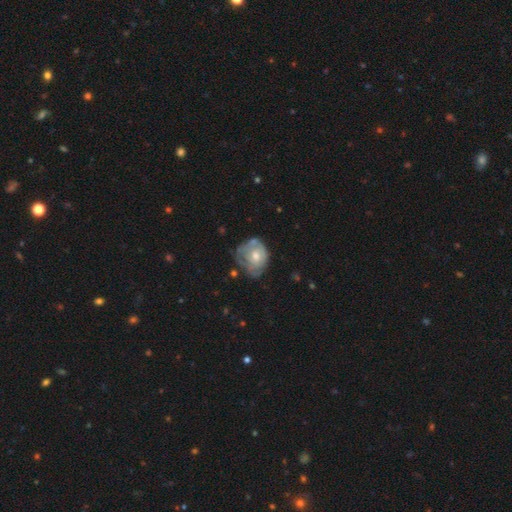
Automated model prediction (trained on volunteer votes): This appears to be a featured or disk galaxy (55%) with no bar (81%), no spiral arms (56%) and a moderate central bulge (64%). Merging: none (45%).